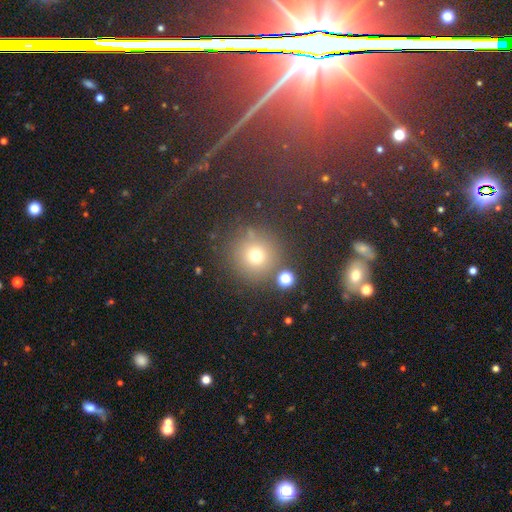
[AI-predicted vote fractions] A smooth galaxy with no disk features (69%) that is round (94%).

Vote fractions:
- Smooth or featured? smooth: 69% / star or artifact: 21% / featured or disk: 10%
- How rounded? round: 94% / in between: 5% / cigar-shaped: 1%
- Merging? none: 80% / minor disturbance: 9% / merger: 6% / major disturbance: 4%